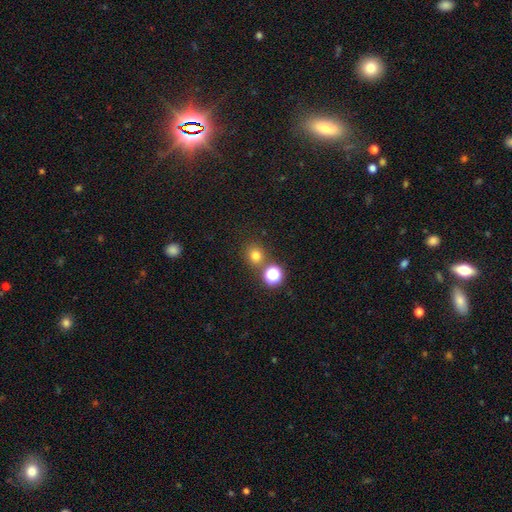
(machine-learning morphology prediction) Q: Smooth or featured?
A: smooth (74%); runner-up: star or artifact (20%)
Q: How rounded?
A: round (87%); runner-up: in between (12%)
Q: Merging?
A: none (77%); runner-up: merger (13%)